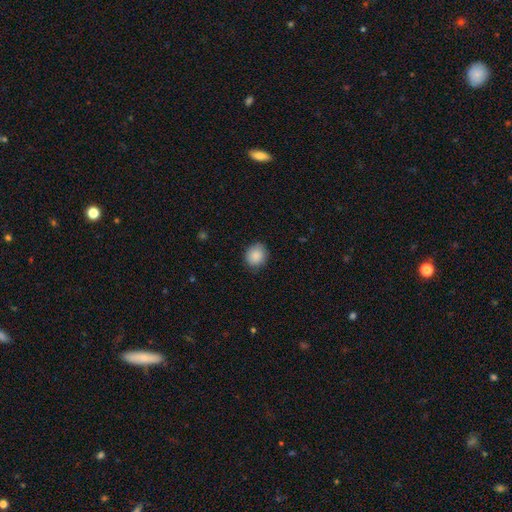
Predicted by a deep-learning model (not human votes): Q: Smooth or featured?
A: smooth (88%); runner-up: star or artifact (8%)
Q: How rounded?
A: round (74%); runner-up: in between (25%)
Q: Merging?
A: none (84%); runner-up: minor disturbance (12%)